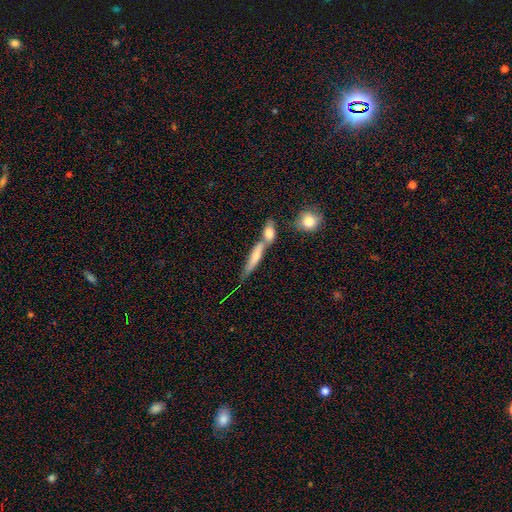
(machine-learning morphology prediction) Q: Smooth or featured?
A: smooth (59%); runner-up: featured or disk (33%)
Q: How rounded?
A: cigar-shaped (77%); runner-up: in between (19%)
Q: Merging?
A: merger (44%); runner-up: none (41%)